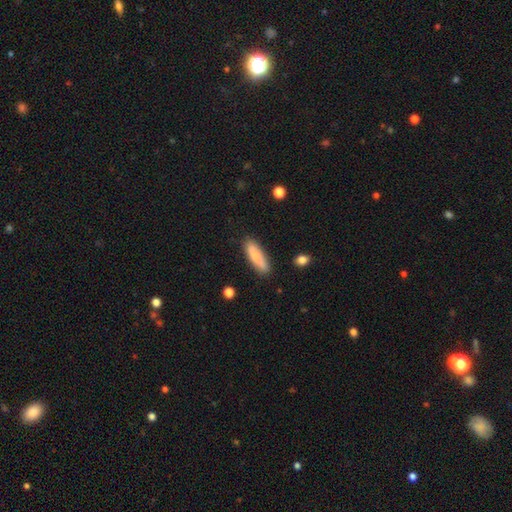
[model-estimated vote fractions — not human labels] Smooth or featured: smooth — 83% (featured or disk — 11%)
How rounded: cigar-shaped — 62% (in between — 36%)
Merging: none — 83% (minor disturbance — 13%)